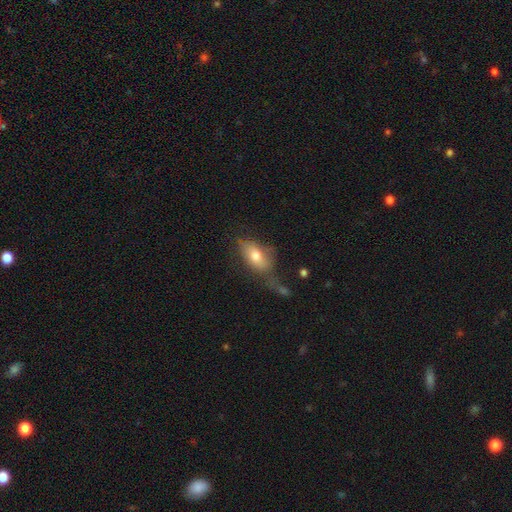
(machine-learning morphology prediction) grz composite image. It shows a smooth galaxy with no disk features (70%) that is in between round and cigar-shaped (87%). Merging: none (38%).